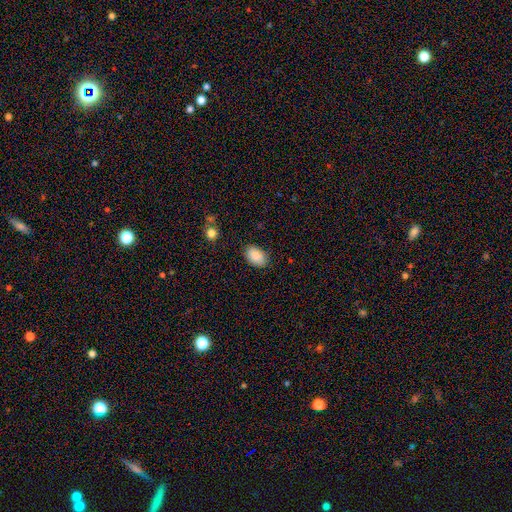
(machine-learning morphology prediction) Smooth or featured?
  - smooth: 88% *
  - star or artifact: 7%
  - featured or disk: 5%
How rounded?
  - in between: 89% *
  - round: 10%
  - cigar-shaped: 1%
Merging?
  - none: 84% *
  - minor disturbance: 12%
  - major disturbance: 3%
  - merger: 1%